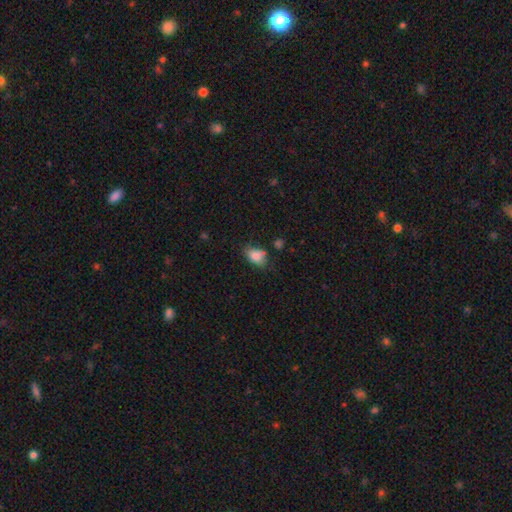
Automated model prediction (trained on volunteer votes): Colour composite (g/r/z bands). It shows a smooth galaxy with no disk features (83%) that is in between round and cigar-shaped (83%). Merging: none (57%).